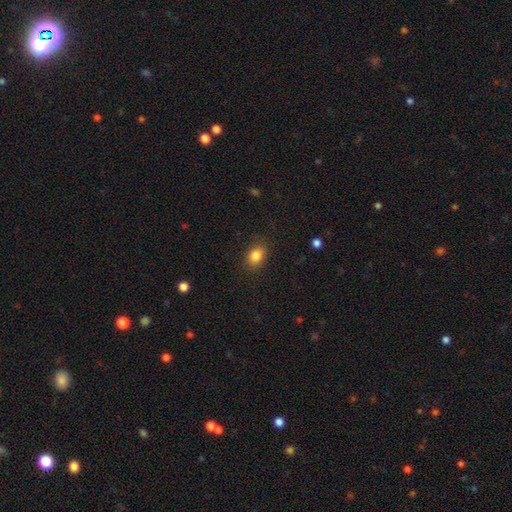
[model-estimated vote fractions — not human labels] This appears to be a smooth galaxy with no disk features (85%) that is in between round and cigar-shaped (56%). Merging: none (86%).